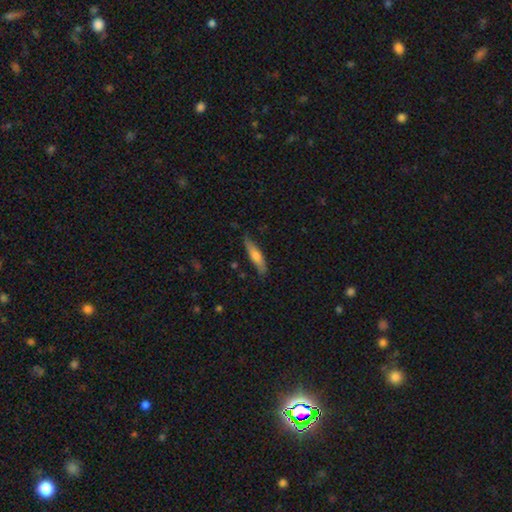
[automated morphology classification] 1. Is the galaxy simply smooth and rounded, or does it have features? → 57% smooth, 37% featured or disk, 6% star or artifact.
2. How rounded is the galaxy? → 82% cigar-shaped, 16% in between, 2% round.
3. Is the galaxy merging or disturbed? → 78% none, 18% minor disturbance, 3% major disturbance, 2% merger.